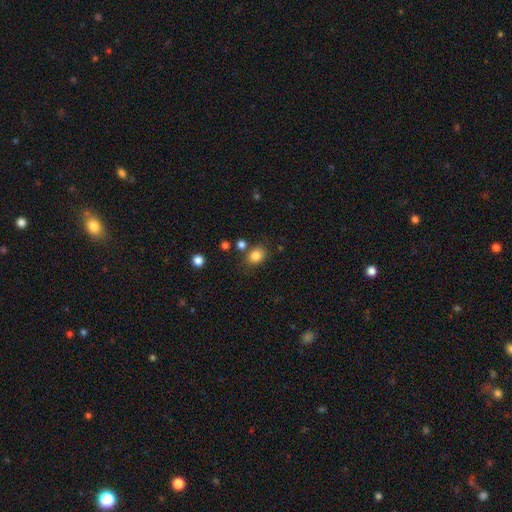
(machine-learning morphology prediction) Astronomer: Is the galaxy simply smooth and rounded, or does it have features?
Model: smooth — 82%.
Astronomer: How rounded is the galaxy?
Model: in between — 51% (runner-up: round, 48%).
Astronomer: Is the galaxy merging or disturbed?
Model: none — 75%.